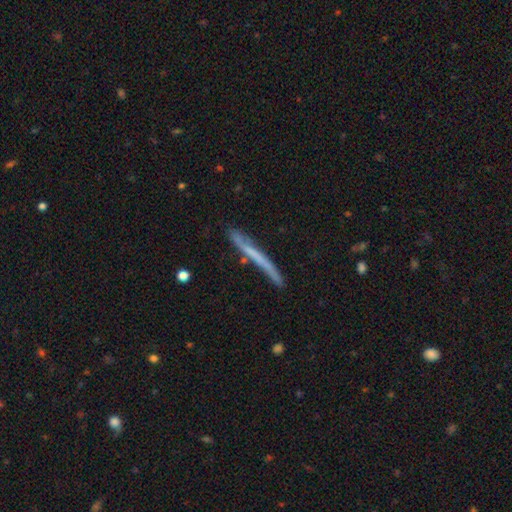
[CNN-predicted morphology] featured or disk 51%, smooth 42%, star or artifact 7%. Down the decision tree: edge-on disk — yes (89%); merging — none (69%).